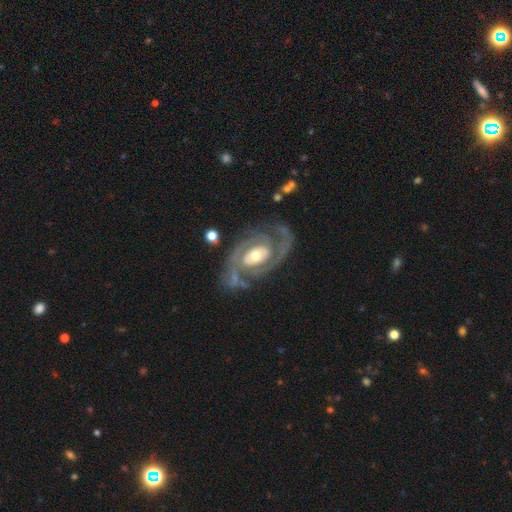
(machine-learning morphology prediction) A featured or disk galaxy (90%) with no bar (58%), 2 (76%) tight (49%) spiral arms (94%) and a moderate central bulge (67%). Merging: none (66%).